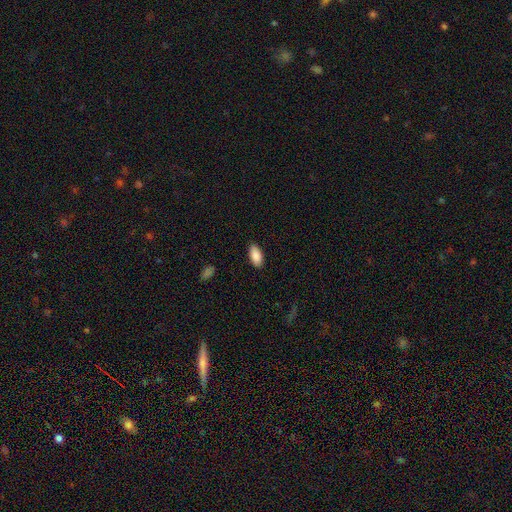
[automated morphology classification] type=smooth (89%); roundness=in between (92%); merging=none (88%).